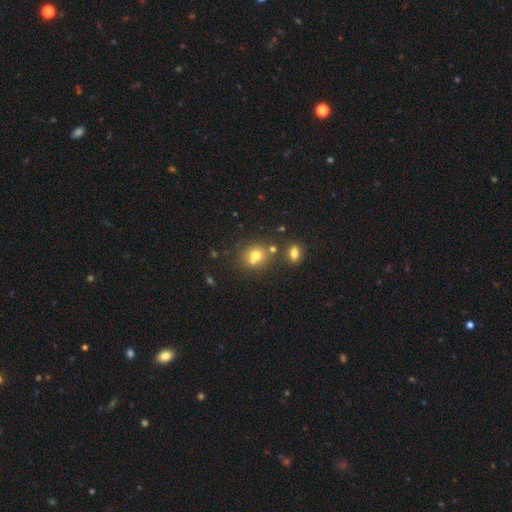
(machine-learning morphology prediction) smooth-or-featured: smooth: 70% | star or artifact: 15% | featured or disk: 15%
  how-rounded: round: 76% | in between: 23% | cigar-shaped: 1%
  merging: none: 54% | merger: 32% | minor disturbance: 10% | major disturbance: 4%